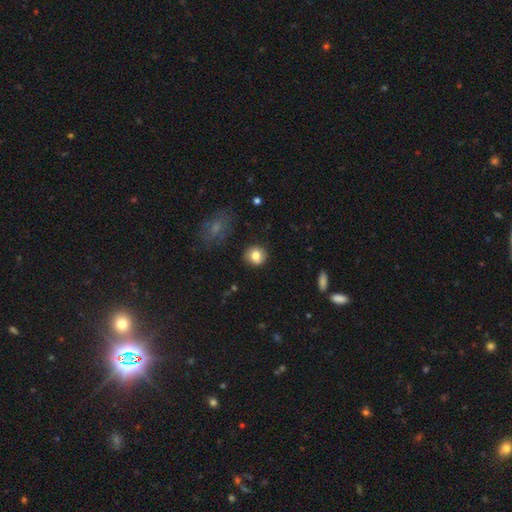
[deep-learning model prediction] Morphology: type=smooth (79%); roundness=round (84%); merging=none (85%).